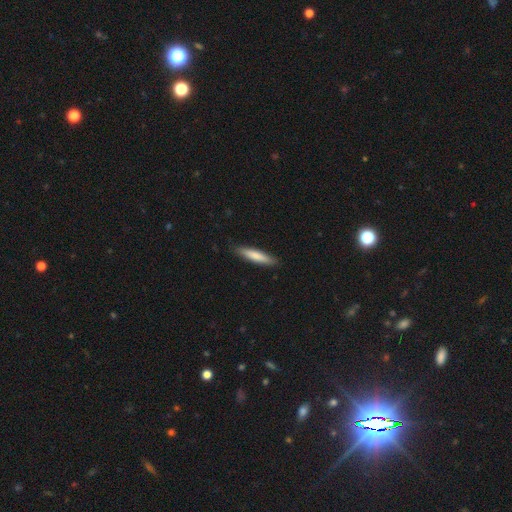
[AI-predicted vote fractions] Smooth or featured?
  - smooth: 77% *
  - featured or disk: 18%
  - star or artifact: 5%
How rounded?
  - cigar-shaped: 86% *
  - in between: 12%
  - round: 1%
Merging?
  - none: 88% *
  - minor disturbance: 9%
  - major disturbance: 2%
  - merger: 1%